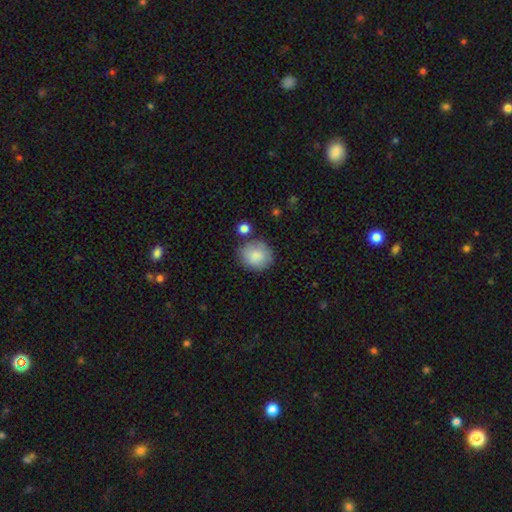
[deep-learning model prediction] Overall: smooth (85%). How rounded: round (78%). Merging: none (74%).